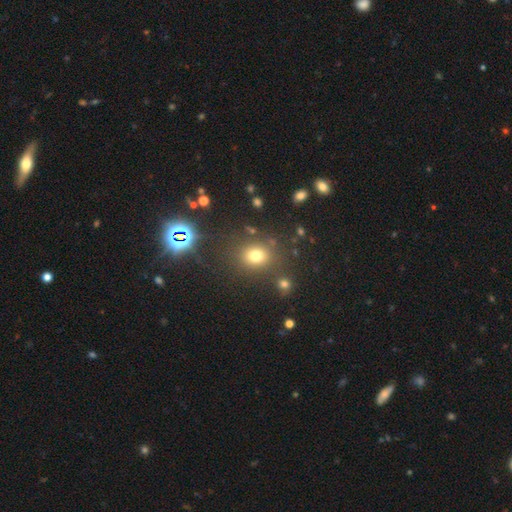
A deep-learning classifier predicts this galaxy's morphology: smooth-or-featured: smooth: 71% | star or artifact: 21% | featured or disk: 8%
  how-rounded: round: 70% | in between: 29% | cigar-shaped: 1%
  merging: none: 79% | minor disturbance: 10% | merger: 6% | major disturbance: 5%